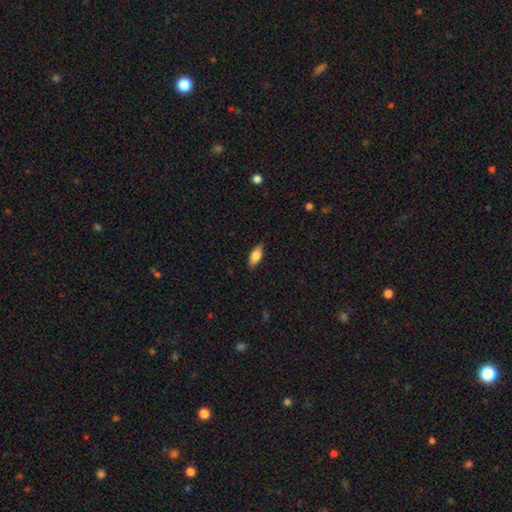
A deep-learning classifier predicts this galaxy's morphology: Smooth or featured?
  - smooth: 76% *
  - featured or disk: 17%
  - star or artifact: 6%
How rounded?
  - in between: 81% *
  - cigar-shaped: 16%
  - round: 3%
Merging?
  - none: 87% *
  - minor disturbance: 10%
  - major disturbance: 2%
  - merger: 1%